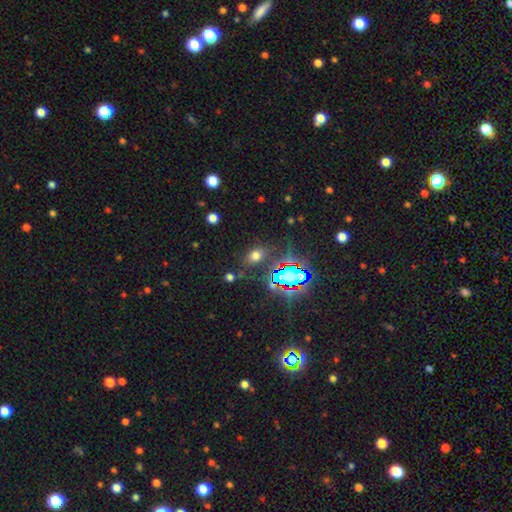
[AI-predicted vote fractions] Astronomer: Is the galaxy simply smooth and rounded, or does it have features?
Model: smooth — 59%.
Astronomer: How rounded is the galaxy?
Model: in between — 68%.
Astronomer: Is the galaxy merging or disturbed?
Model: none — 78%.